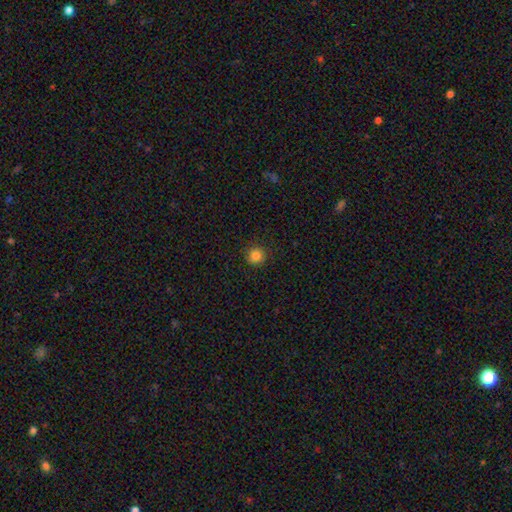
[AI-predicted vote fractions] smooth 84%, star or artifact 12%, featured or disk 4%. Down the decision tree: how rounded — round (93%); merging — none (91%).